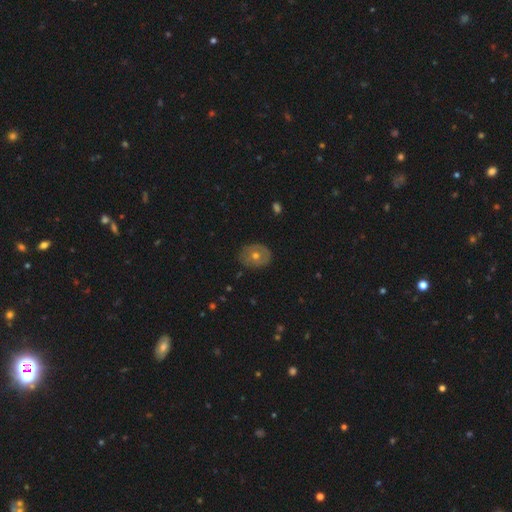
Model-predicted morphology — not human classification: smooth 49%, featured or disk 41%, star or artifact 10%. Down the decision tree: merging — none (83%).